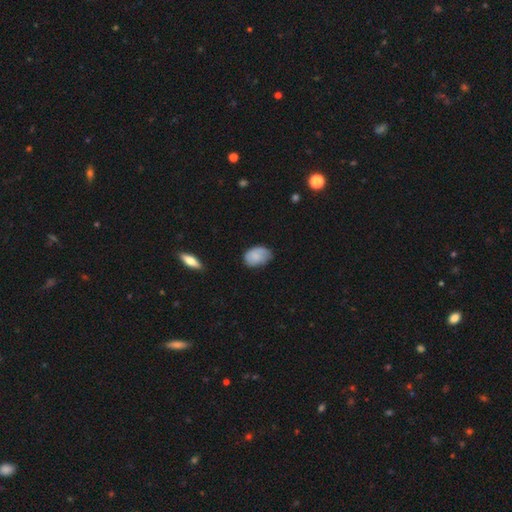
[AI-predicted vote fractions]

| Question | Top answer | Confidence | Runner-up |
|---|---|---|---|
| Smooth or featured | smooth | 74% | featured or disk (18%) |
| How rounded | in between | 85% | round (14%) |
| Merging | none | 59% | minor disturbance (32%) |